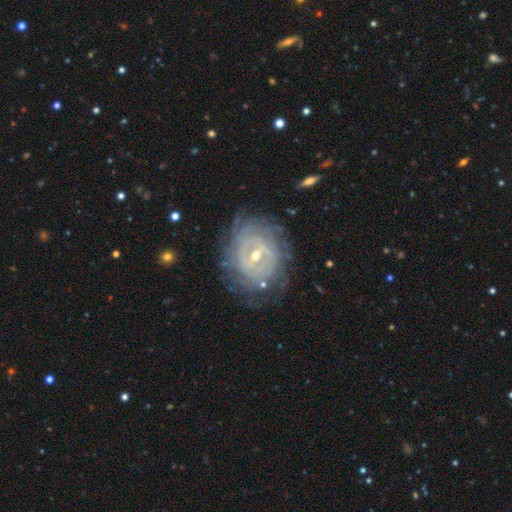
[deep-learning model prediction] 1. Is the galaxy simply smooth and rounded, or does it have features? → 86% featured or disk, 8% smooth, 6% star or artifact.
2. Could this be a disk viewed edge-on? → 95% no, 5% yes.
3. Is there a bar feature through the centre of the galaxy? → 48% weak, 31% strong, 21% no.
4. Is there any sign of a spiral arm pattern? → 86% yes, 14% no.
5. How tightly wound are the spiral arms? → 77% tight, 17% medium, 6% loose.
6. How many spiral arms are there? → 52% can't tell, 14% 2, 11% 4, 9% 3, 8% more than 4, 5% 1.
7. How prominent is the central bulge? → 55% small, 41% moderate, 2% large, 1% none, 1% dominant.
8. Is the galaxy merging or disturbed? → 73% none, 17% minor disturbance, 8% major disturbance, 2% merger.